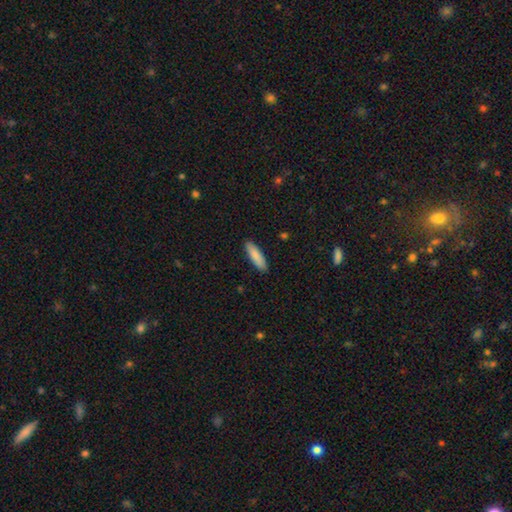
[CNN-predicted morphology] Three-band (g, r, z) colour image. It shows a smooth galaxy with no disk features (86%) that is cigar-shaped (59%). Merging: none (89%).